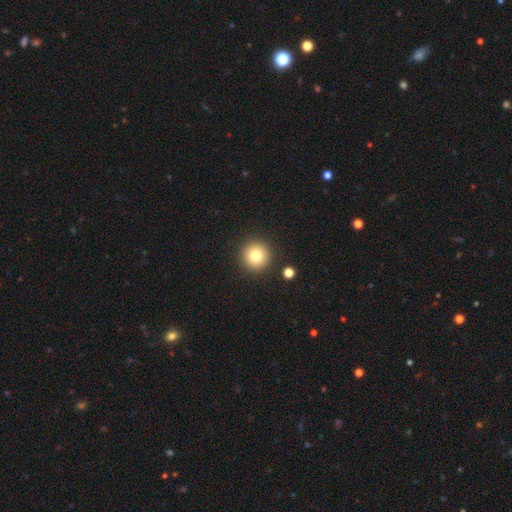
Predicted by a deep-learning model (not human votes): smooth-or-featured: smooth: 80% | star or artifact: 11% | featured or disk: 9%
  how-rounded: round: 96% | in between: 4% | cigar-shaped: 1%
  merging: none: 90% | minor disturbance: 6% | merger: 3% | major disturbance: 2%